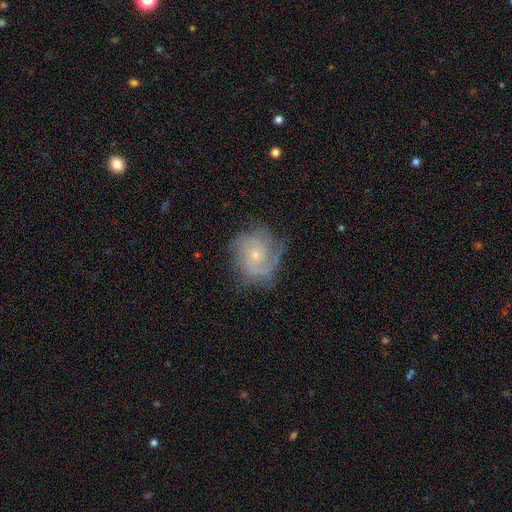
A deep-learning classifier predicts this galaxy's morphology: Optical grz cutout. It shows a featured or disk galaxy (84%) with no bar (73%), 2 (36%) tight (50%) spiral arms (96%) and a small central bulge (68%). Merging: none (69%).